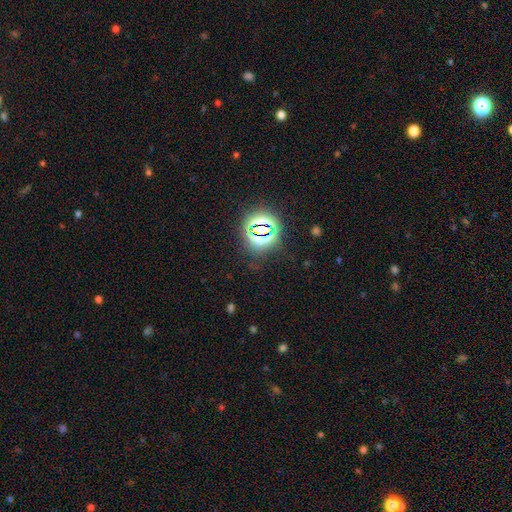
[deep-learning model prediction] Smooth or featured? star or artifact (78%)